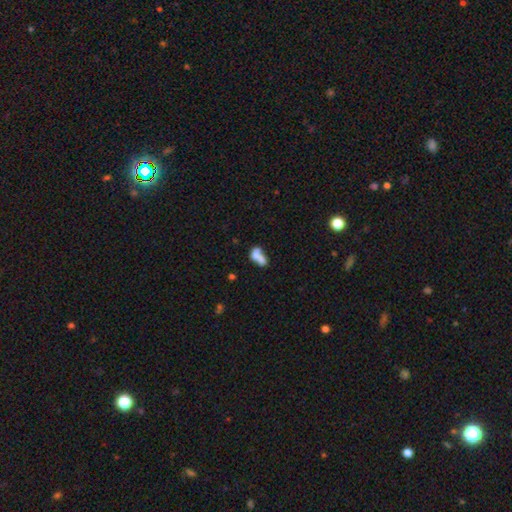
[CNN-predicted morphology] Q: Smooth or featured?
A: smooth (64%); runner-up: featured or disk (26%)
Q: How rounded?
A: in between (70%); runner-up: round (24%)
Q: Merging?
A: merger (67%); runner-up: none (17%)